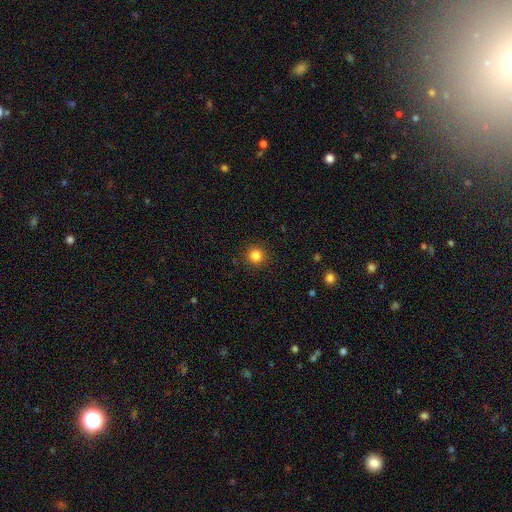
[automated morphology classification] Smooth or featured? smooth (83%)
How rounded? round (94%)
Merging? none (91%)